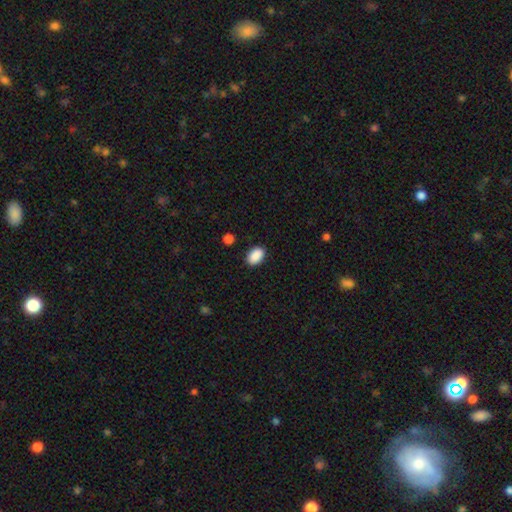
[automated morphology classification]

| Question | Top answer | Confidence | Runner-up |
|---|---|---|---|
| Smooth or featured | smooth | 90% | star or artifact (7%) |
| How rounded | in between | 87% | round (12%) |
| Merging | none | 87% | minor disturbance (9%) |